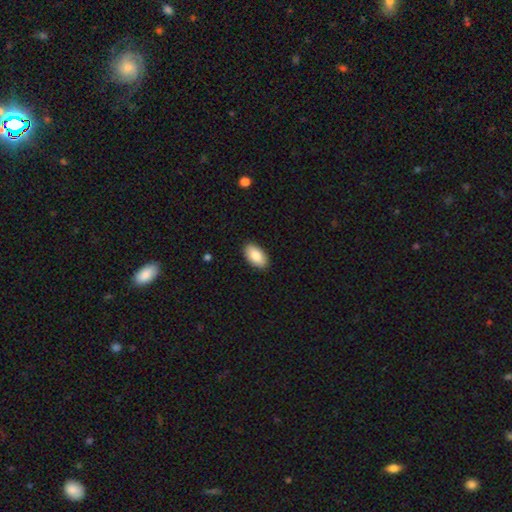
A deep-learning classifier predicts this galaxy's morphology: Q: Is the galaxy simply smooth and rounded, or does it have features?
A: smooth — 87%.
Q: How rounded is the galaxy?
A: in between — 95%.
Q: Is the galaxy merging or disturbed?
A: none — 89%.